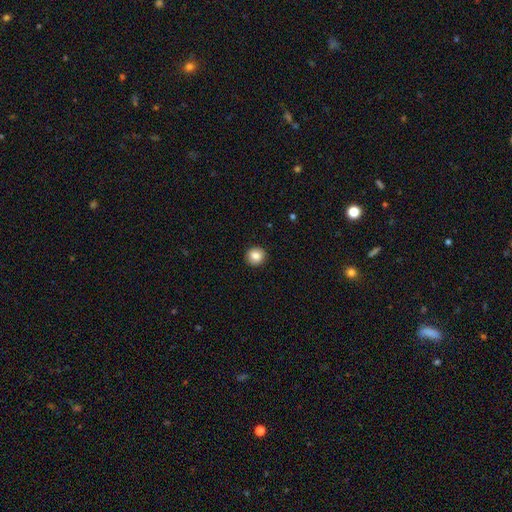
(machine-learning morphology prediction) smooth-or-featured: smooth: 84% | star or artifact: 9% | featured or disk: 7%
  how-rounded: round: 92% | in between: 7% | cigar-shaped: 1%
  merging: none: 93% | minor disturbance: 5% | major disturbance: 2% | merger: 1%